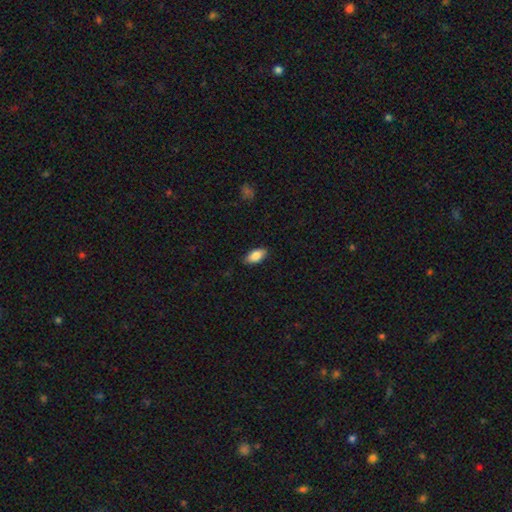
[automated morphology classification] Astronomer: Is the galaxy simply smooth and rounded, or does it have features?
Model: smooth — 83%.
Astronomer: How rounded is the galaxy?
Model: in between — 91%.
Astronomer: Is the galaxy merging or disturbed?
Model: none — 86%.